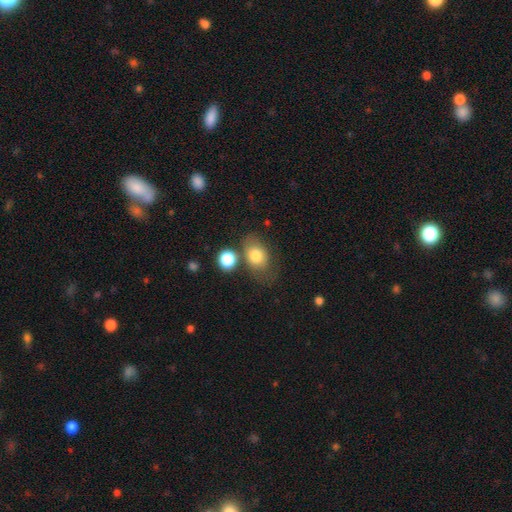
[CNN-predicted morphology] This is likely a smooth galaxy (78%). How rounded: likely in between (74%). Merging: possibly none (54%).